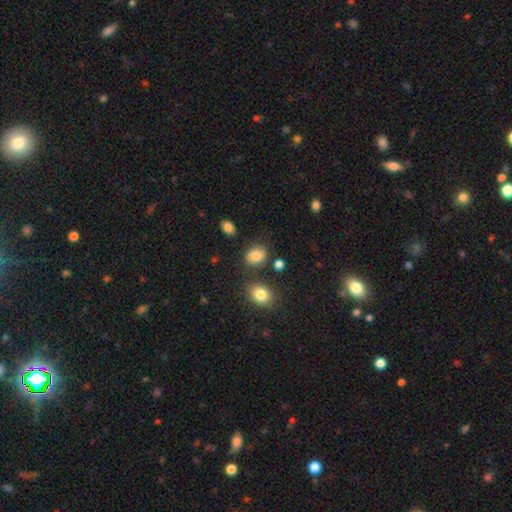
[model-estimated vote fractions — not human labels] Smooth or featured: smooth — 82% (star or artifact — 10%)
How rounded: in between — 57% (round — 42%)
Merging: none — 75% (minor disturbance — 15%)